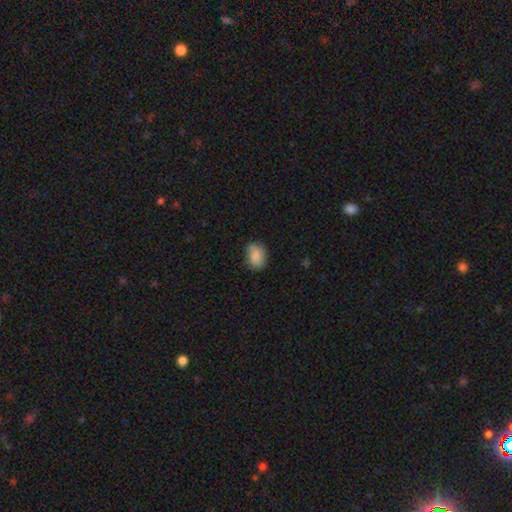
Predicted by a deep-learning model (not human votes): smooth_or_featured: smooth (p=0.85) [alt: star or artifact p=0.08]
how_rounded: in between (p=0.69) [alt: round p=0.30]
merging: none (p=0.66) [alt: minor disturbance p=0.26]